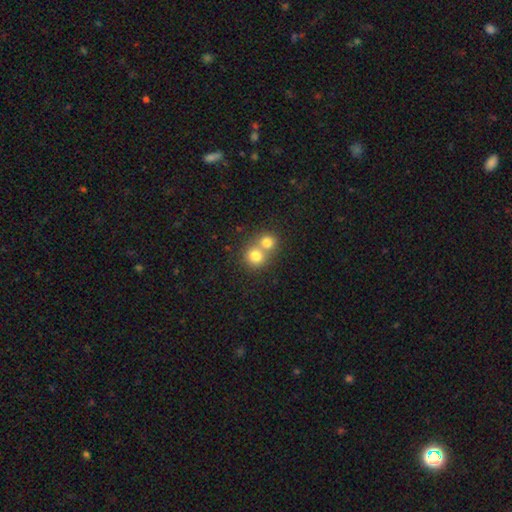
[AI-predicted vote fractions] Smooth or featured? smooth (77%)
How rounded? round (85%)
Merging? merger (60%)